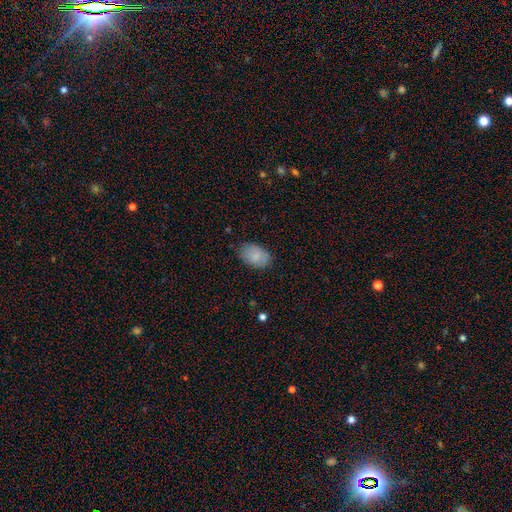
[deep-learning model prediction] Q: Smooth or featured?
A: smooth (85%); runner-up: featured or disk (8%)
Q: How rounded?
A: in between (90%); runner-up: round (9%)
Q: Merging?
A: none (82%); runner-up: minor disturbance (14%)